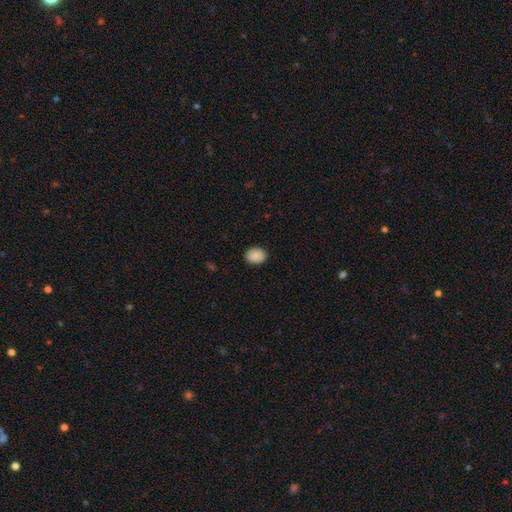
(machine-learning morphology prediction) Smooth or featured? smooth (90%)
How rounded? in between (62%)
Merging? none (89%)